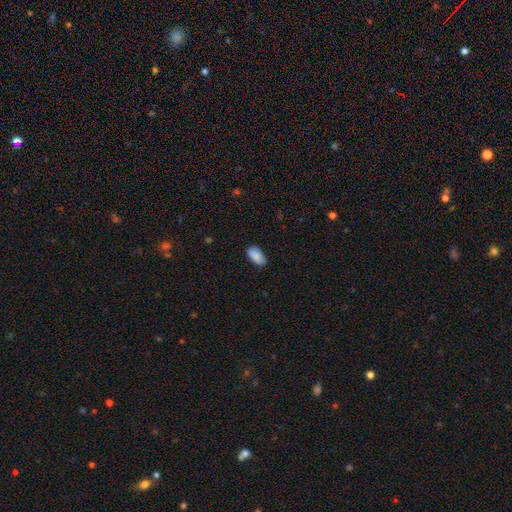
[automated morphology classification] A smooth galaxy with no disk features (87%) that is in between round and cigar-shaped (94%).

Vote fractions:
- Smooth or featured? smooth: 87% / star or artifact: 7% / featured or disk: 6%
- How rounded? in between: 94% / round: 3% / cigar-shaped: 2%
- Merging? none: 82% / minor disturbance: 15% / major disturbance: 2% / merger: 1%